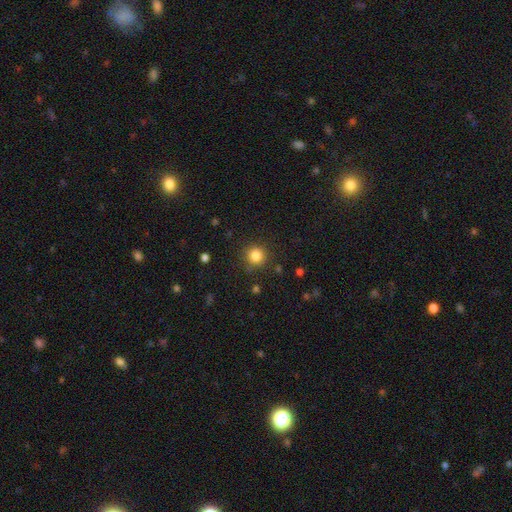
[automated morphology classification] Smooth or featured: smooth — 83% (star or artifact — 12%)
How rounded: round — 94% (in between — 5%)
Merging: none — 88% (minor disturbance — 8%)